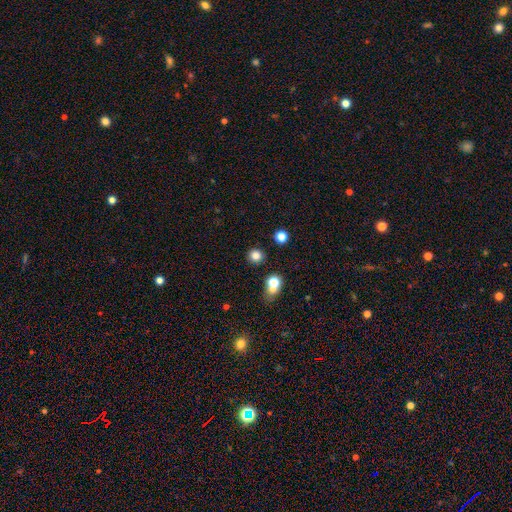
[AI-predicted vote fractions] smooth 81%, star or artifact 14%, featured or disk 5%. Down the decision tree: how rounded — round (90%); merging — none (85%).